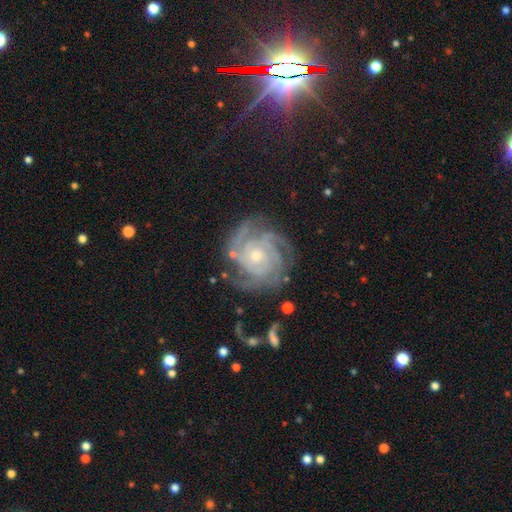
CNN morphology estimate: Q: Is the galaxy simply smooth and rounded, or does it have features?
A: featured or disk — 90%.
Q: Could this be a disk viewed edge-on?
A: no — 98%.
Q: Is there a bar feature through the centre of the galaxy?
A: no — 75%.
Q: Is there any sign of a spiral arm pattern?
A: yes — 98%.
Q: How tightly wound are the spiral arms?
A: tight — 75%.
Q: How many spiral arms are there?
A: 4 — 32%.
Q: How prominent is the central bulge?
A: small — 60%.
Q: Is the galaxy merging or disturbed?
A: none — 74%.